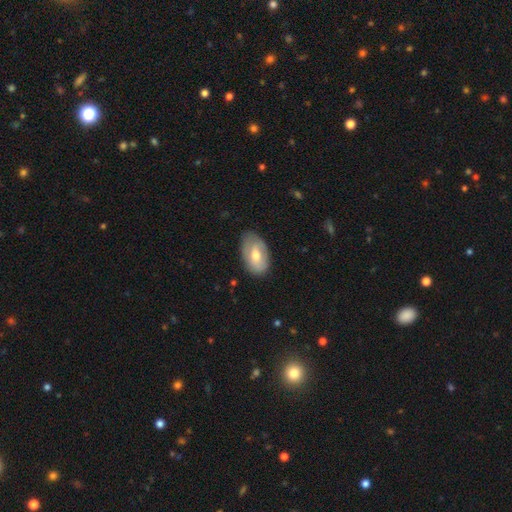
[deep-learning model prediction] smooth_or_featured: smooth (p=0.56) [alt: featured or disk p=0.38]
how_rounded: in between (p=0.92) [alt: round p=0.07]
merging: none (p=0.69) [alt: minor disturbance p=0.24]